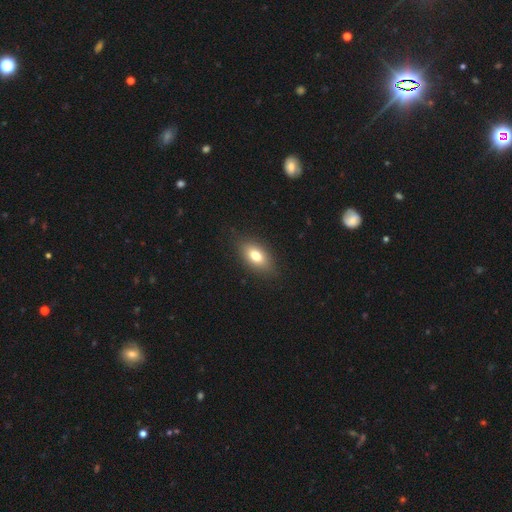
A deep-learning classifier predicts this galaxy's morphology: Overall: smooth (76%). How rounded: in between (87%). Merging: none (85%).